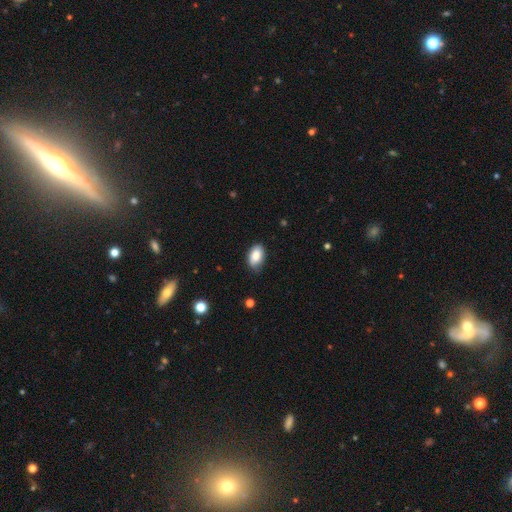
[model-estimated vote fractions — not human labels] A smooth galaxy with no disk features (84%) that is in between round and cigar-shaped (91%). Merging: none (69%).